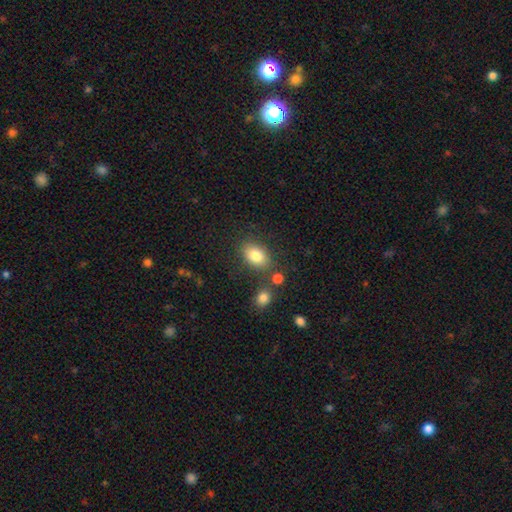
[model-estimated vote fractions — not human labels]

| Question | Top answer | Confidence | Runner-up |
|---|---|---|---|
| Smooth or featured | smooth | 82% | featured or disk (9%) |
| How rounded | in between | 82% | round (17%) |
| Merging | none | 75% | minor disturbance (12%) |